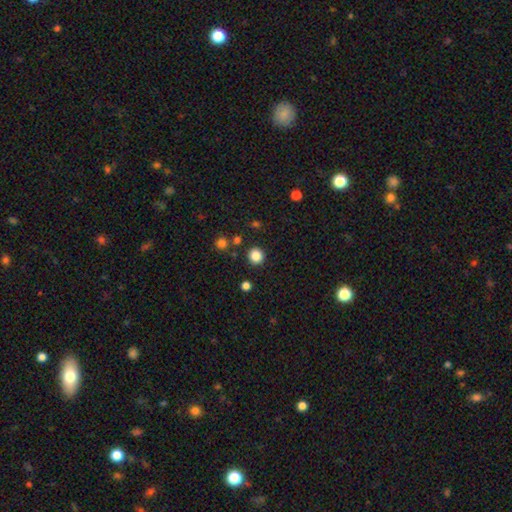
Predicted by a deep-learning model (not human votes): Smooth or featured?
  - smooth: 85% *
  - star or artifact: 12%
  - featured or disk: 3%
How rounded?
  - round: 93% *
  - in between: 6%
  - cigar-shaped: 1%
Merging?
  - none: 90% *
  - minor disturbance: 5%
  - merger: 3%
  - major disturbance: 2%